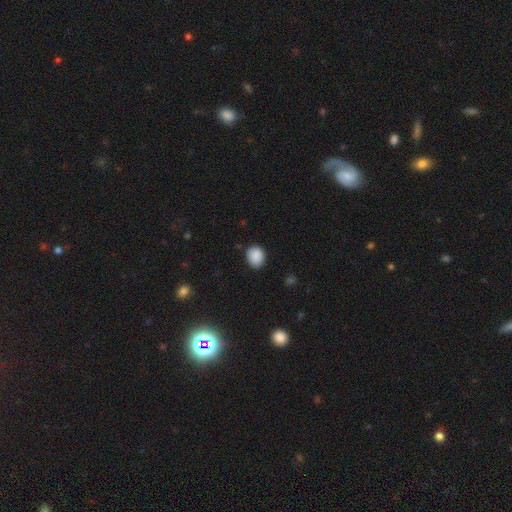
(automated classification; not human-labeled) A smooth galaxy with no disk features (89%) that is round (52%).

Vote fractions:
- Smooth or featured? smooth: 89% / star or artifact: 8% / featured or disk: 3%
- How rounded? round: 52% / in between: 47% / cigar-shaped: 1%
- Merging? none: 84% / minor disturbance: 12% / major disturbance: 2% / merger: 1%